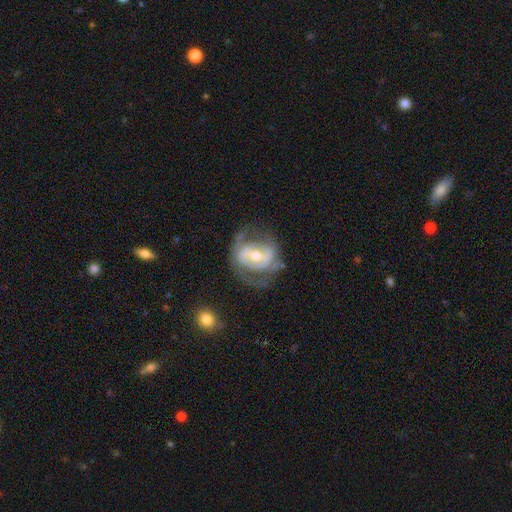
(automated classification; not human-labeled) A featured or disk galaxy (77%) with a weak bar (37%), 2 (67%) medium (44%) spiral arms (75%) and a moderate central bulge (53%).

Vote fractions:
- Smooth or featured? featured or disk: 77% / smooth: 17% / star or artifact: 6%
- Edge-on disk? no: 96% / yes: 4%
- Bar? weak: 37% / no: 32% / strong: 31%
- Spiral arms? yes: 75% / no: 25%
- Spiral winding? medium: 44% / tight: 35% / loose: 22%
- Spiral arm count? 2: 67% / can't tell: 21% / 3: 5% / 1: 5% / 4: 2% / more than 4: 1%
- Bulge size? moderate: 53% / small: 42% / large: 3% / none: 1% / dominant: 1%
- Merging? none: 53% / major disturbance: 23% / minor disturbance: 22% / merger: 2%